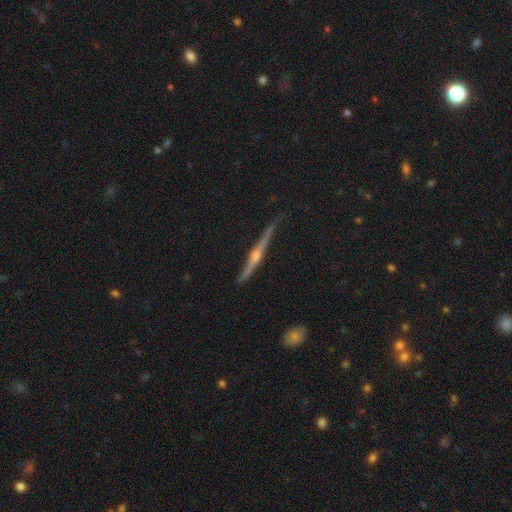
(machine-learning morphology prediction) Smooth or featured? featured or disk (85%)
Edge-on disk? yes (98%)
Edge-on bulge? rounded (90%)
Merging? none (84%)